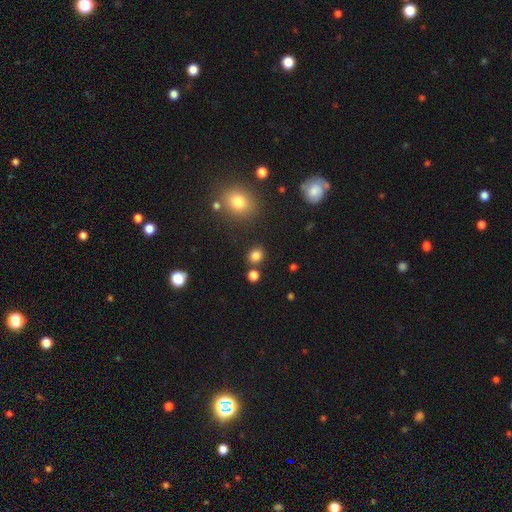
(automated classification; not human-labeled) smooth_or_featured: smooth (p=0.81) [alt: star or artifact p=0.14]
how_rounded: round (p=0.75) [alt: in between p=0.23]
merging: none (p=0.82) [alt: minor disturbance p=0.08]